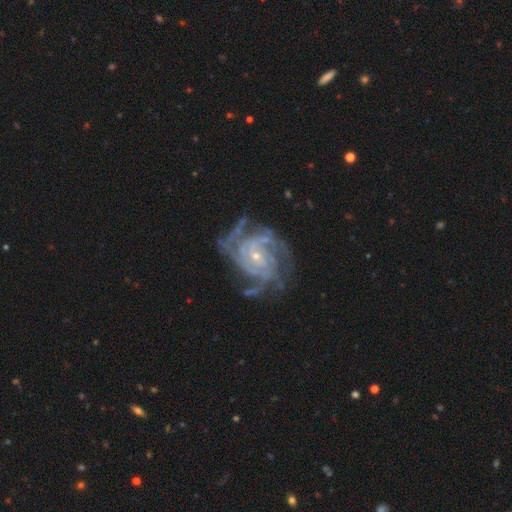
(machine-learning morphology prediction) Smooth or featured? Predicted: featured or disk (p=0.90). Edge-on disk? Predicted: no (p=0.98). Bar? Predicted: no (p=0.60). Spiral arms? Predicted: yes (p=0.97). Spiral winding? Predicted: tight (p=0.59). Spiral arm count? Predicted: 4 (p=0.33). Bulge size? Predicted: small (p=0.79). Merging? Predicted: none (p=0.60).